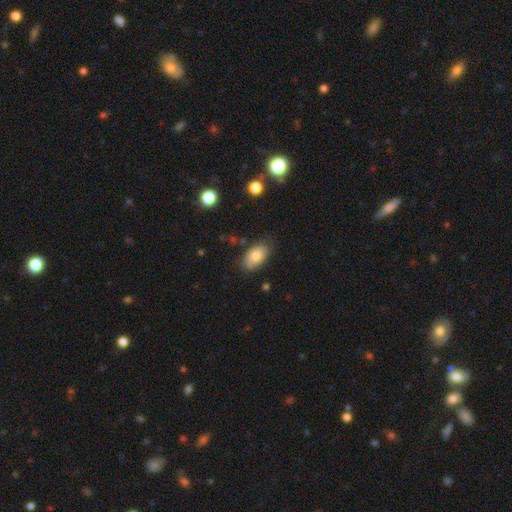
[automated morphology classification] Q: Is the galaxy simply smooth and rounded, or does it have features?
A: smooth — 81%.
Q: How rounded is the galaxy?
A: in between — 92%.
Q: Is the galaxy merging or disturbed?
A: none — 77%.